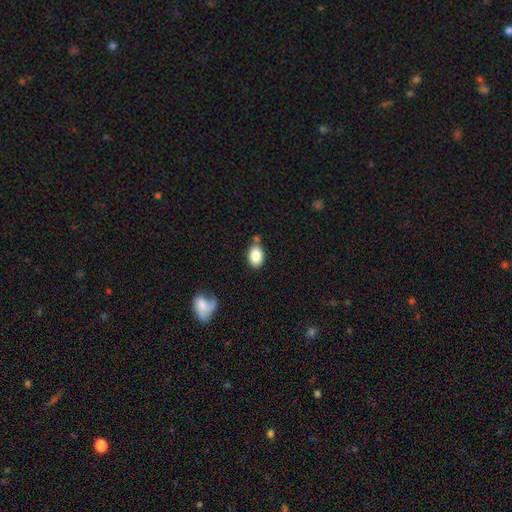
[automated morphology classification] smooth_or_featured: smooth (p=0.84) [alt: featured or disk p=0.08]
how_rounded: in between (p=0.81) [alt: round p=0.18]
merging: none (p=0.70) [alt: minor disturbance p=0.15]